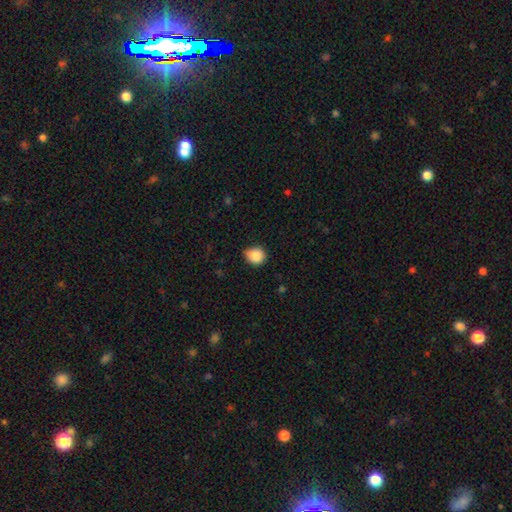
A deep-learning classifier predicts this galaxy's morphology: type=smooth (85%); roundness=round (83%); merging=none (75%).